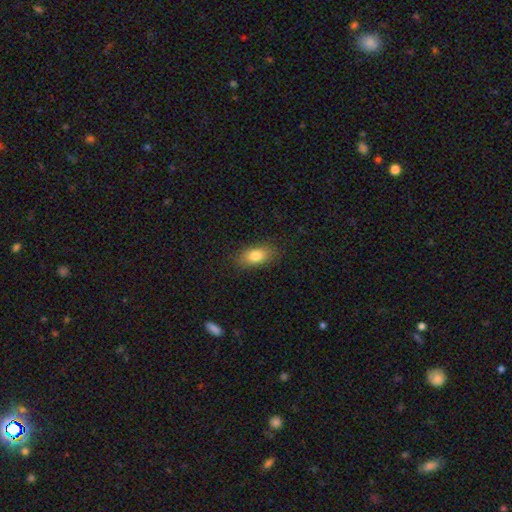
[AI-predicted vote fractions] Smooth or featured? Predicted: smooth (p=0.81). How rounded? Predicted: in between (p=0.86). Merging? Predicted: none (p=0.84).